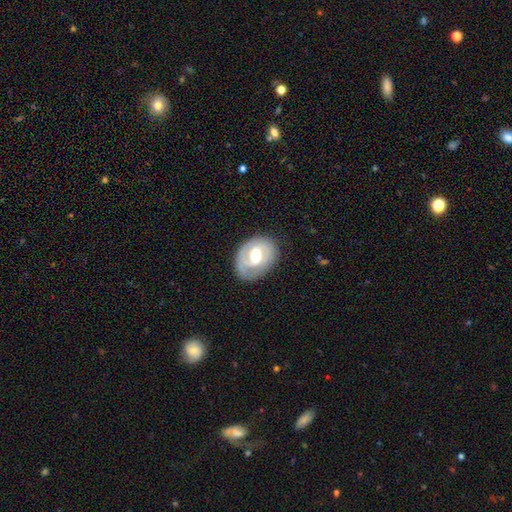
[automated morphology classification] Overall: featured or disk (68%). Edge-on disk: no (96%). Bar: weak (48%; no 35%). Spiral arms: yes (71%). Bulge size: moderate (65%). Merging: none (75%).